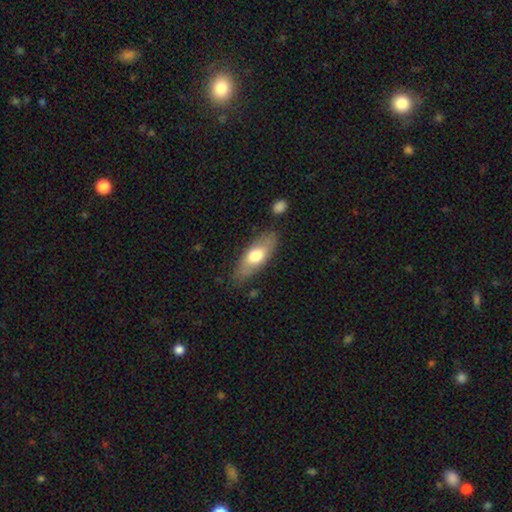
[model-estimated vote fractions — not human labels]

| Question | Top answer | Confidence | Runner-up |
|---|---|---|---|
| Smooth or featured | smooth | 64% | featured or disk (30%) |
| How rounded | in between | 74% | cigar-shaped (23%) |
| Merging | none | 78% | minor disturbance (15%) |